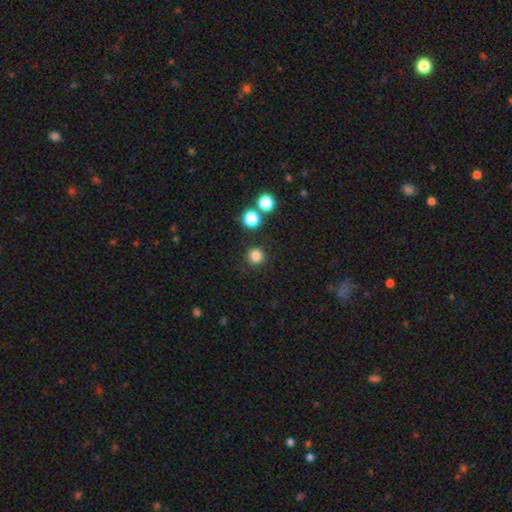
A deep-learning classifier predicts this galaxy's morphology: Smooth or featured? smooth (83%)
How rounded? round (95%)
Merging? none (90%)